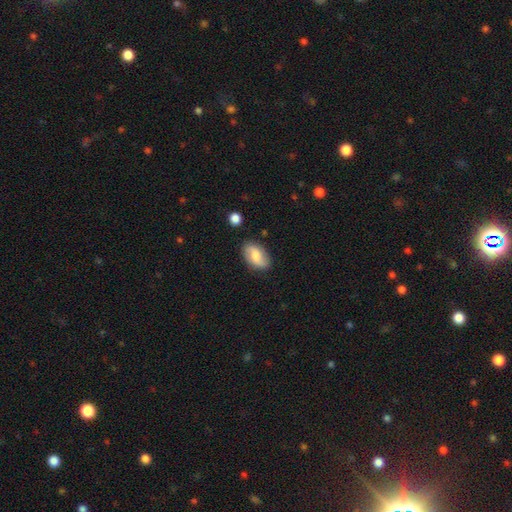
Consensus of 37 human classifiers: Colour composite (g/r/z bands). It shows a smooth galaxy with no disk features (62%) that is in between round and cigar-shaped (91%). Merging: none (68%).